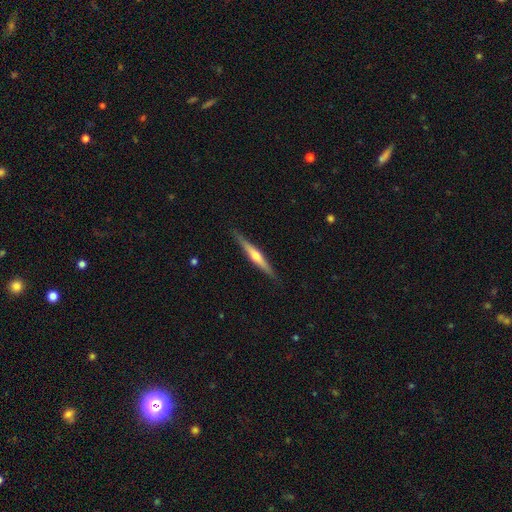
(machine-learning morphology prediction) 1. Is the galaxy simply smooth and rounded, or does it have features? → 67% featured or disk, 28% smooth, 5% star or artifact.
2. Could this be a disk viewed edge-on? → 97% yes, 3% no.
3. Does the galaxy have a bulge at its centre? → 85% rounded, 10% none, 5% boxy.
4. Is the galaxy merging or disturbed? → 89% none, 8% minor disturbance, 2% major disturbance, 1% merger.